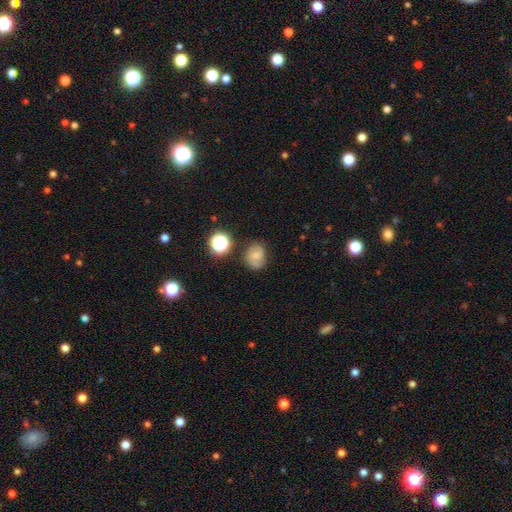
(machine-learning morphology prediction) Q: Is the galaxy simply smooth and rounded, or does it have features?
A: featured or disk — 50%.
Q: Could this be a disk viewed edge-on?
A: no — 97%.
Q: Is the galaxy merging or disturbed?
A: none — 73%.